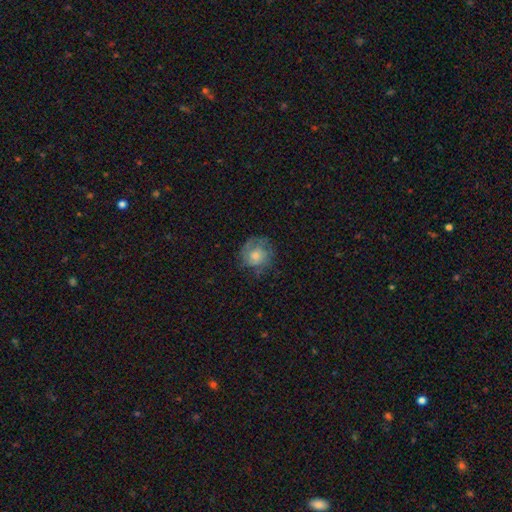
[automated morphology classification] Smooth or featured: featured or disk — 49% (smooth — 41%)
Merging: none — 68% (minor disturbance — 20%)